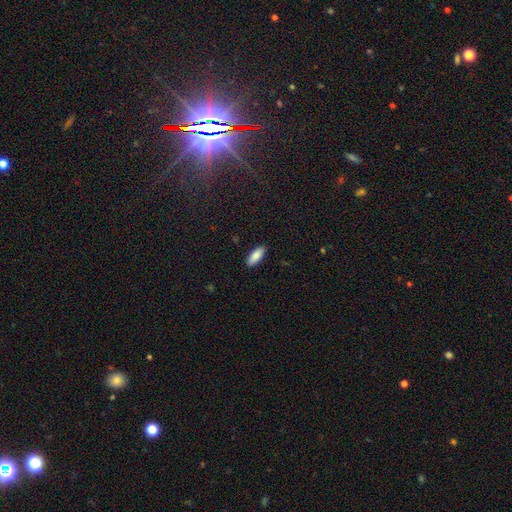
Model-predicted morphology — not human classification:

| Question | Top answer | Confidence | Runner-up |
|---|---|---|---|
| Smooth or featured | smooth | 87% | featured or disk (7%) |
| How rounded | in between | 77% | cigar-shaped (21%) |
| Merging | none | 89% | minor disturbance (8%) |